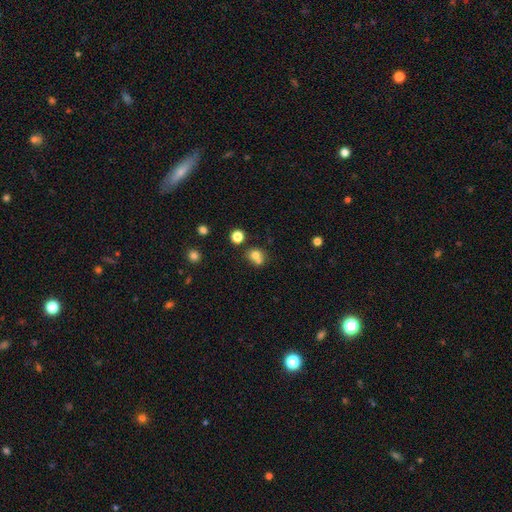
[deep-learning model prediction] smooth-or-featured: smooth: 74% | star or artifact: 14% | featured or disk: 12%
  how-rounded: round: 77% | in between: 22% | cigar-shaped: 1%
  merging: none: 45% | merger: 44% | minor disturbance: 8% | major disturbance: 3%